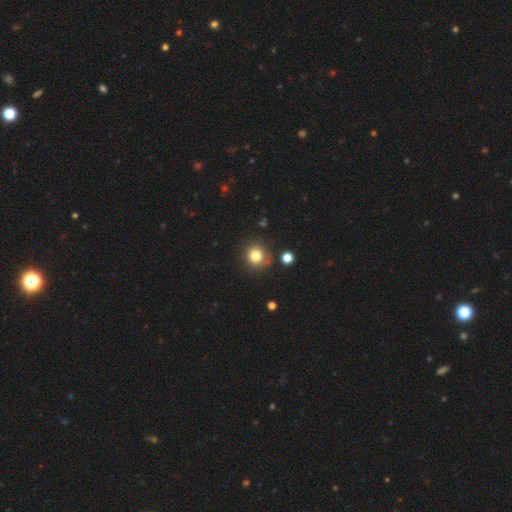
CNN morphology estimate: This appears to be a smooth galaxy with no disk features (81%) that is round (90%). Merging: none (83%).